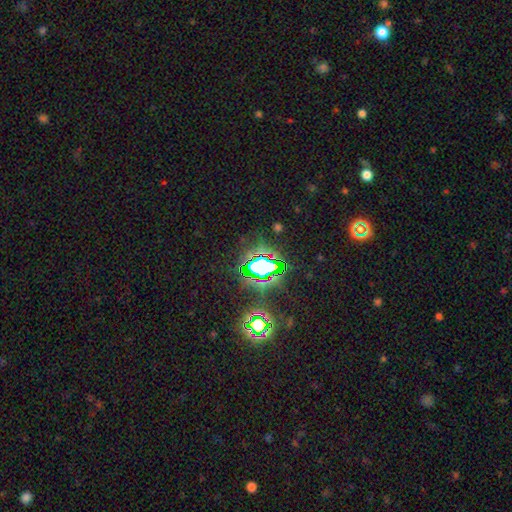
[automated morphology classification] Overall: star or artifact (81%).